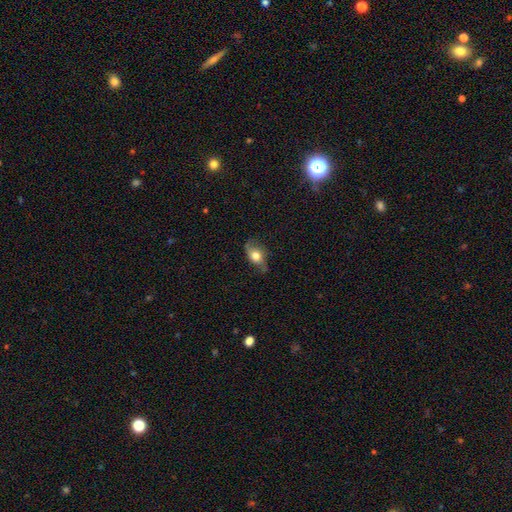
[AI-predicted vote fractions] Smooth or featured: smooth — 56% (featured or disk — 35%)
How rounded: in between — 78% (round — 17%)
Merging: none — 63% (minor disturbance — 27%)